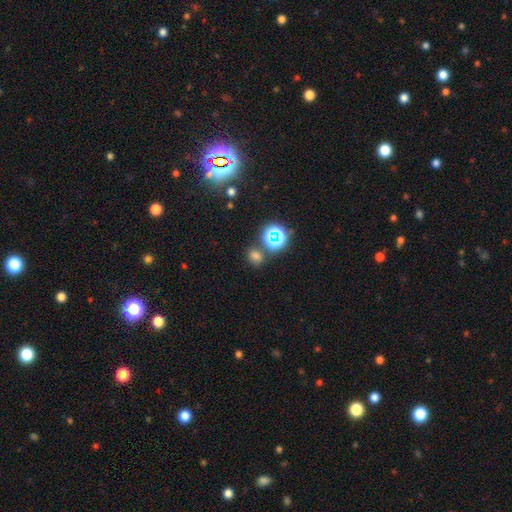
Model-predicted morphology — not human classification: Smooth or featured: smooth — 65% (star or artifact — 29%)
How rounded: round — 62% (in between — 37%)
Merging: none — 72% (minor disturbance — 12%)